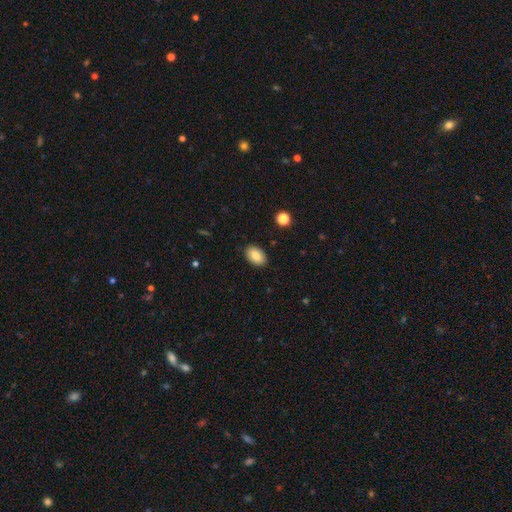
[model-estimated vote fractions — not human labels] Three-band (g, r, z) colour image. It shows a smooth galaxy with no disk features (85%) that is in between round and cigar-shaped (89%). Merging: none (88%).